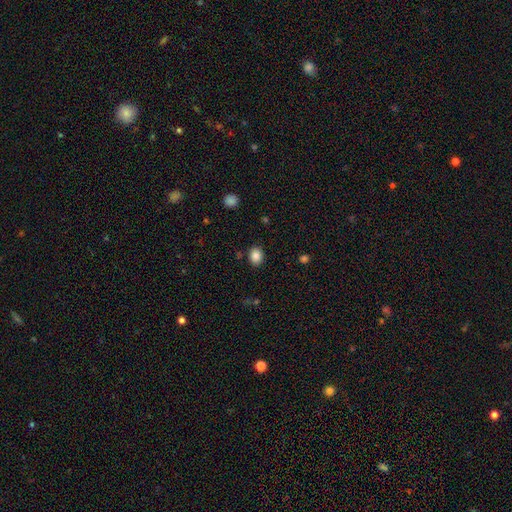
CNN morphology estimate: Smooth or featured: smooth — 86% (star or artifact — 9%)
How rounded: in between — 53% (round — 47%)
Merging: none — 86% (minor disturbance — 10%)